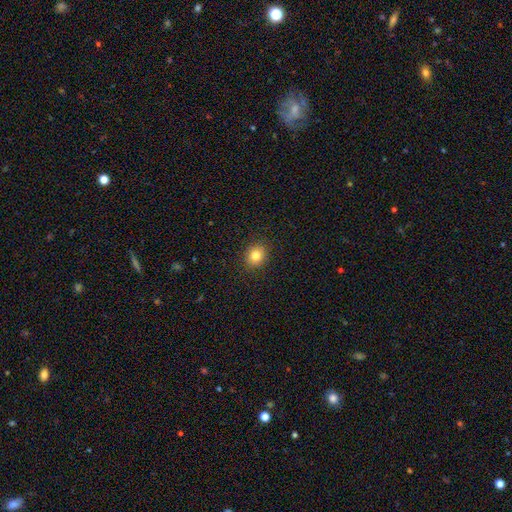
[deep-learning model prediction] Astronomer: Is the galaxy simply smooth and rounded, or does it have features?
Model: smooth — 82%.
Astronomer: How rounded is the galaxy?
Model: round — 75%.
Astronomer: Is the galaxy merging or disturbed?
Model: none — 90%.